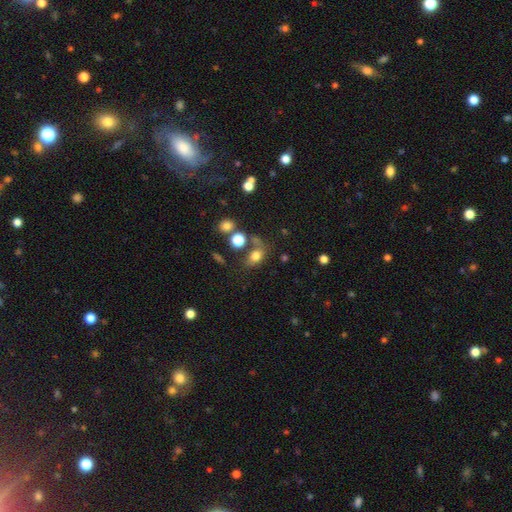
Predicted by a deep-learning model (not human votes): The model was most divided on "how rounded": in between: 64%, round: 34%, cigar-shaped: 2%. More confident: smooth or featured — smooth (76%); merging — none (54%).